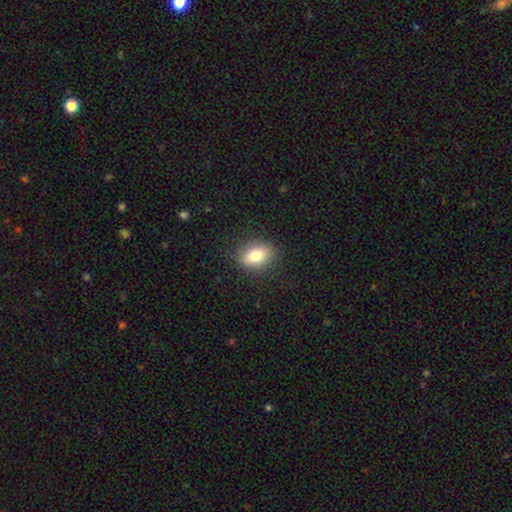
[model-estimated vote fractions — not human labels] Smooth or featured: smooth — 80% (featured or disk — 11%)
How rounded: in between — 79% (round — 19%)
Merging: none — 86% (minor disturbance — 10%)